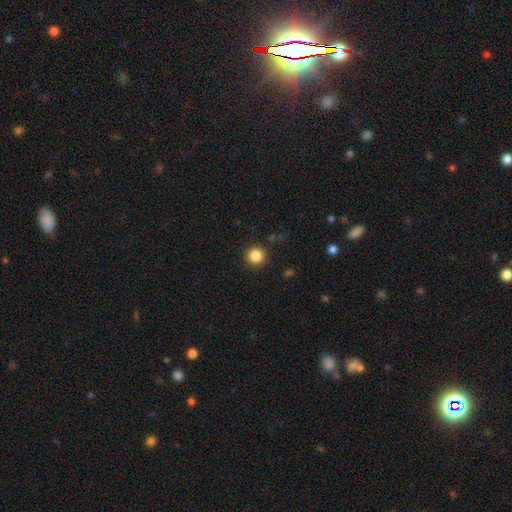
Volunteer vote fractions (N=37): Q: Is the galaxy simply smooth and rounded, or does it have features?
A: smooth — 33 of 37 (89%).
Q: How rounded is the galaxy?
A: round — 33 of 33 (100%).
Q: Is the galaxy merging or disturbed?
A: none — 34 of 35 (97%).